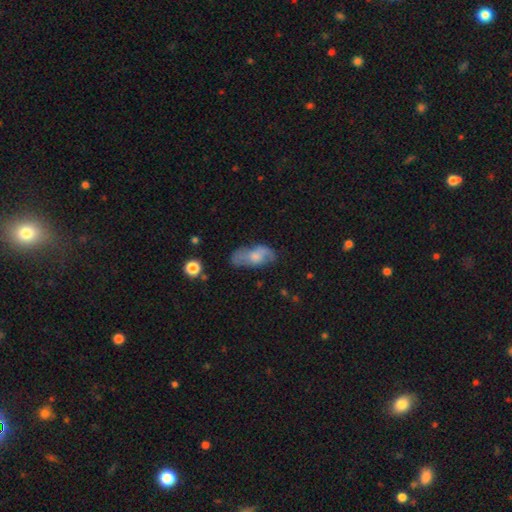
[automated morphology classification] A smooth galaxy with no disk features (52%) that is in between round and cigar-shaped (87%).

Vote fractions:
- Smooth or featured? smooth: 52% / featured or disk: 40% / star or artifact: 8%
- How rounded? in between: 87% / cigar-shaped: 9% / round: 5%
- Merging? none: 48% / minor disturbance: 30% / major disturbance: 17% / merger: 4%